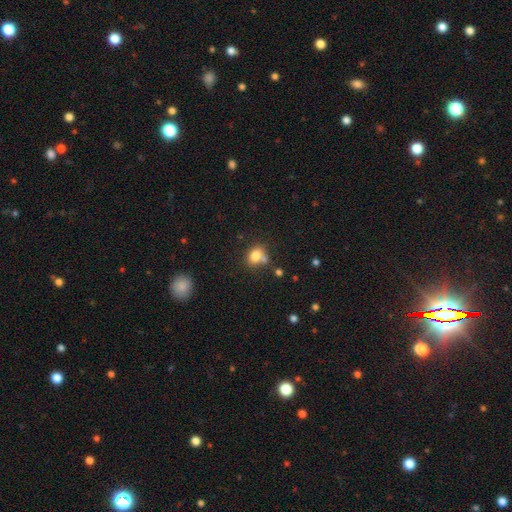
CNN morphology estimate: This is likely a smooth galaxy (80%). How rounded: possibly in between (50%). Merging: possibly none (54%).